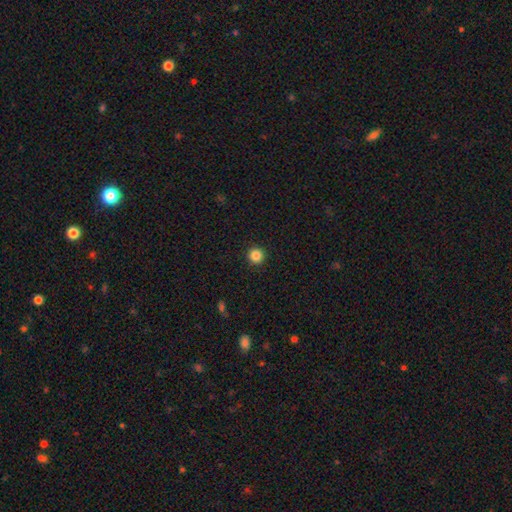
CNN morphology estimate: Smooth or featured? Predicted: smooth (p=0.85). How rounded? Predicted: round (p=0.96). Merging? Predicted: none (p=0.94).